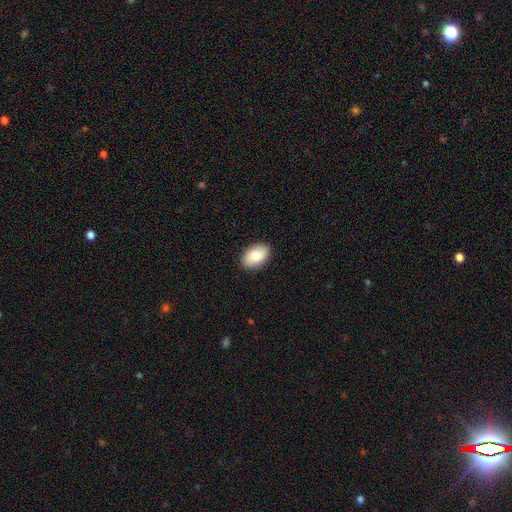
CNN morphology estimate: A smooth galaxy with no disk features (85%) that is in between round and cigar-shaped (90%). Merging: none (90%).